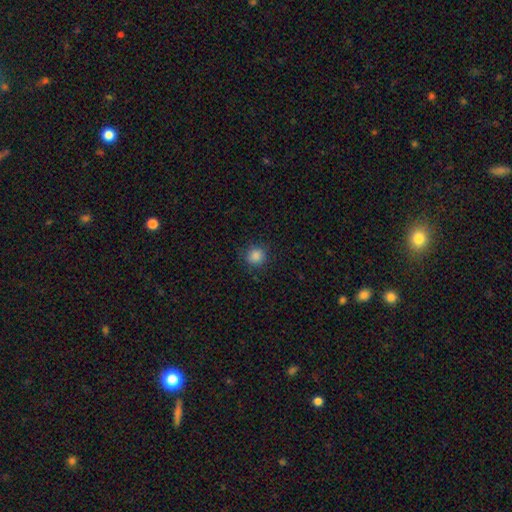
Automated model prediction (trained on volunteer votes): smooth 85%, star or artifact 11%, featured or disk 4%. Down the decision tree: how rounded — round (91%); merging — none (85%).